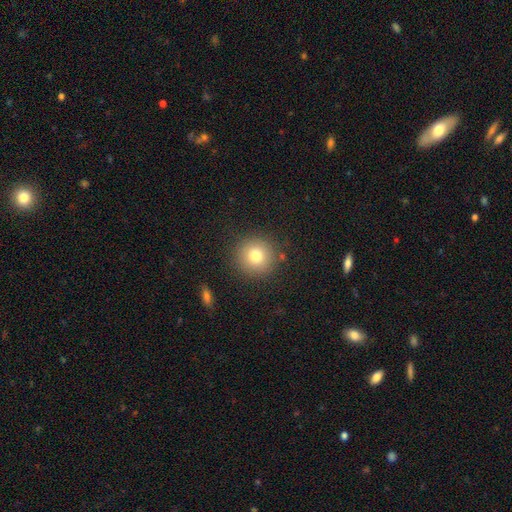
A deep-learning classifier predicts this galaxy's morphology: smooth-or-featured: smooth: 79% | star or artifact: 11% | featured or disk: 10%
  how-rounded: round: 93% | in between: 6% | cigar-shaped: 1%
  merging: none: 87% | minor disturbance: 8% | major disturbance: 3% | merger: 2%